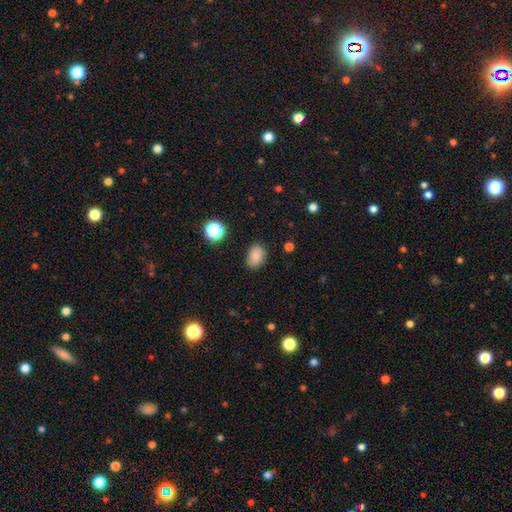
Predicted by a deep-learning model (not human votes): Overall: smooth (83%). How rounded: in between (74%). Merging: none (80%).